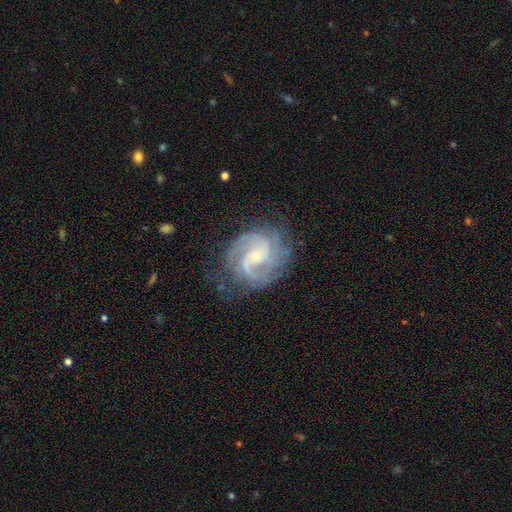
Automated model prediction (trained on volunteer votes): Smooth or featured? Predicted: featured or disk (p=0.90). Edge-on disk? Predicted: no (p=0.98). Bar? Predicted: no (p=0.54). Spiral arms? Predicted: yes (p=0.98). Spiral winding? Predicted: tight (p=0.47). Spiral arm count? Predicted: 2 (p=0.48). Bulge size? Predicted: small (p=0.76). Merging? Predicted: none (p=0.73).